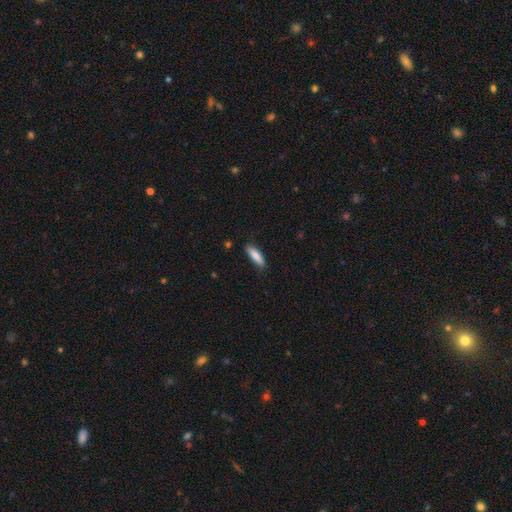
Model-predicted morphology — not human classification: This appears to be a smooth galaxy with no disk features (83%) that is cigar-shaped (58%). Merging: none (81%).